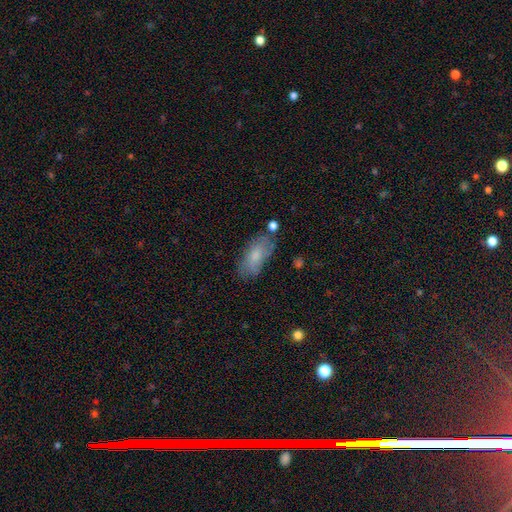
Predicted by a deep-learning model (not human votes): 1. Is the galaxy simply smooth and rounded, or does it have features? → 70% smooth, 22% featured or disk, 7% star or artifact.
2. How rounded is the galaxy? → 88% in between, 9% cigar-shaped, 3% round.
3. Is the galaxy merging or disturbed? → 65% none, 23% minor disturbance, 7% major disturbance, 5% merger.